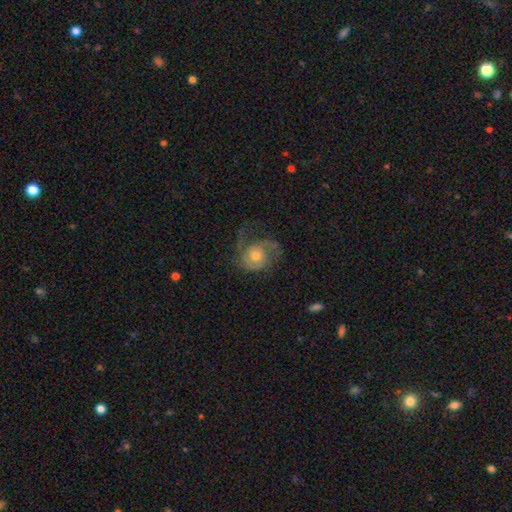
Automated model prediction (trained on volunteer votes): Smooth or featured? featured or disk (69%)
Edge-on disk? no (97%)
Bar? no (79%)
Spiral arms? yes (88%)
Spiral winding? medium (43%)
Spiral arm count? 2 (54%)
Bulge size? moderate (62%)
Merging? none (47%)